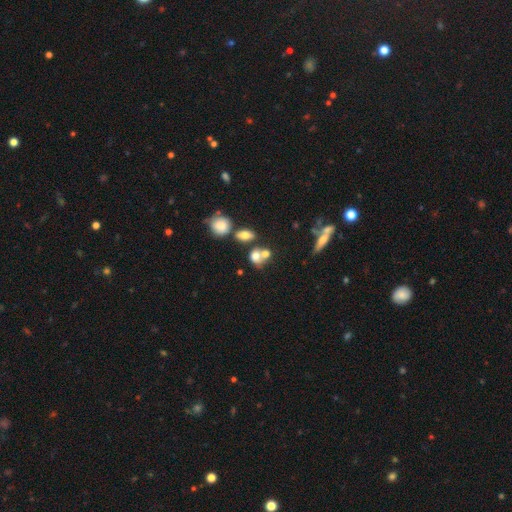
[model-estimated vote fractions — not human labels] smooth 69%, featured or disk 17%, star or artifact 13%. Down the decision tree: how rounded — round (55%); merging — merger (51%).